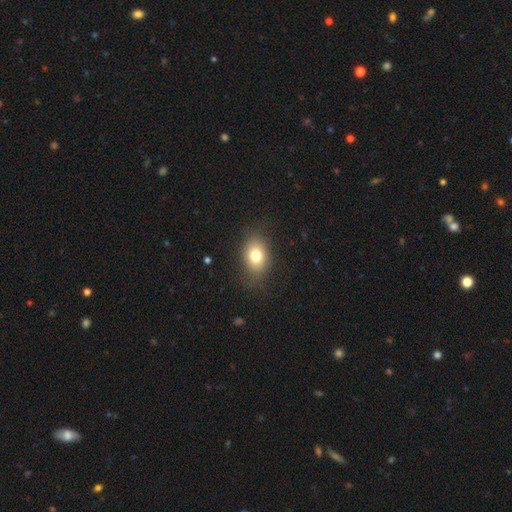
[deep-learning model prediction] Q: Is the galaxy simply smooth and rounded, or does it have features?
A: smooth — 77%.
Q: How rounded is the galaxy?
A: in between — 67%.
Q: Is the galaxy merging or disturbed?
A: none — 80%.